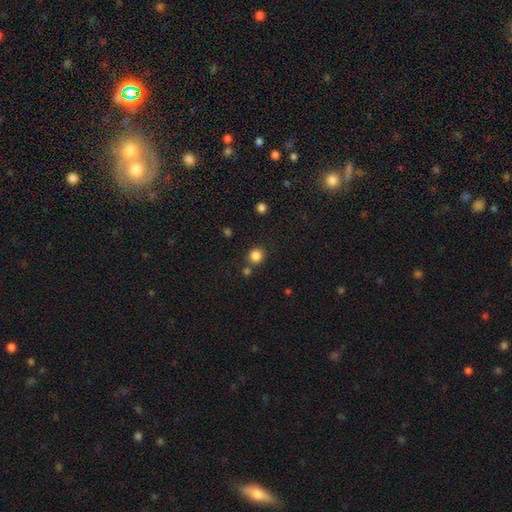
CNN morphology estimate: The model was most divided on "merging": none: 79%, merger: 10%, minor disturbance: 8%, major disturbance: 3%. More confident: how rounded — round (89%); smooth or featured — smooth (85%).